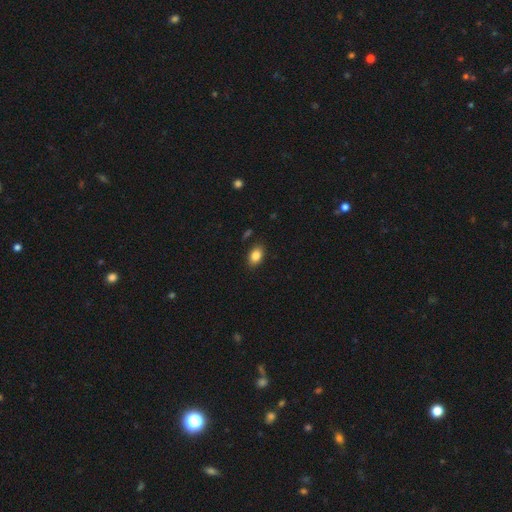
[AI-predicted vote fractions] Smooth or featured?
  - smooth: 84% *
  - star or artifact: 9%
  - featured or disk: 7%
How rounded?
  - in between: 84% *
  - round: 15%
  - cigar-shaped: 2%
Merging?
  - none: 84% *
  - minor disturbance: 11%
  - major disturbance: 2%
  - merger: 2%